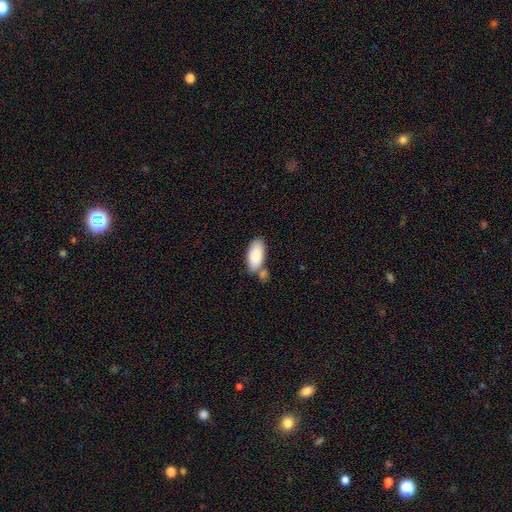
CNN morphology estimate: Smooth or featured?
  - smooth: 87% *
  - featured or disk: 7%
  - star or artifact: 6%
How rounded?
  - in between: 93% *
  - cigar-shaped: 5%
  - round: 2%
Merging?
  - none: 53% *
  - merger: 25%
  - minor disturbance: 17%
  - major disturbance: 5%